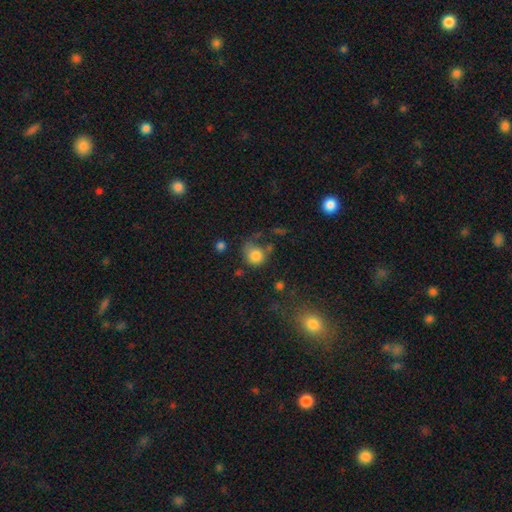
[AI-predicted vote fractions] smooth_or_featured: smooth (p=0.80) [alt: star or artifact p=0.11]
how_rounded: round (p=0.66) [alt: in between p=0.33]
merging: none (p=0.45) [alt: minor disturbance p=0.28]